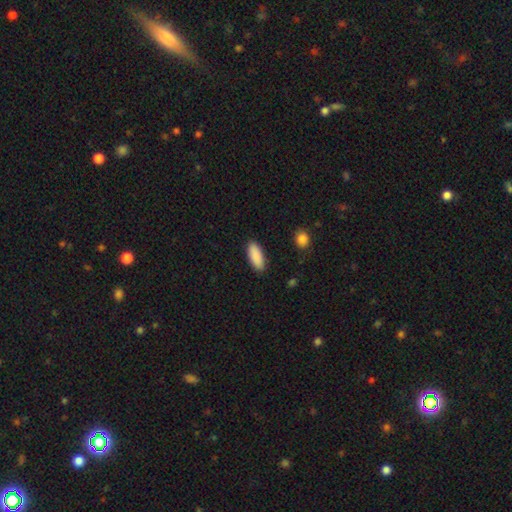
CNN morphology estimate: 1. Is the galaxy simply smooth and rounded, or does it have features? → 90% smooth, 6% star or artifact, 4% featured or disk.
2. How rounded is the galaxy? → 77% in between, 21% cigar-shaped, 2% round.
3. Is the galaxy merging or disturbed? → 90% none, 7% minor disturbance, 2% major disturbance, 1% merger.